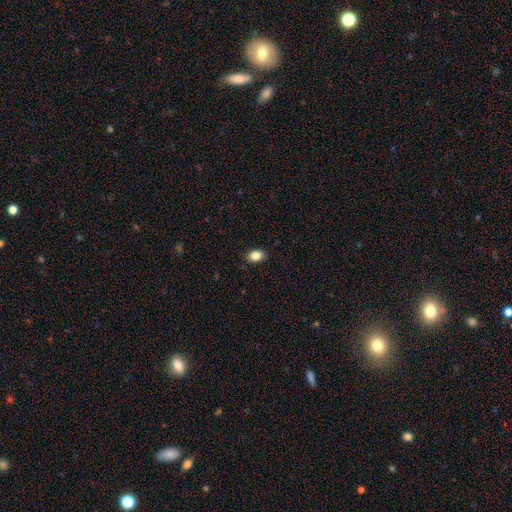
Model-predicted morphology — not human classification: This is clearly a smooth galaxy (85%). How rounded: likely in between (79%). Merging: clearly none (89%).